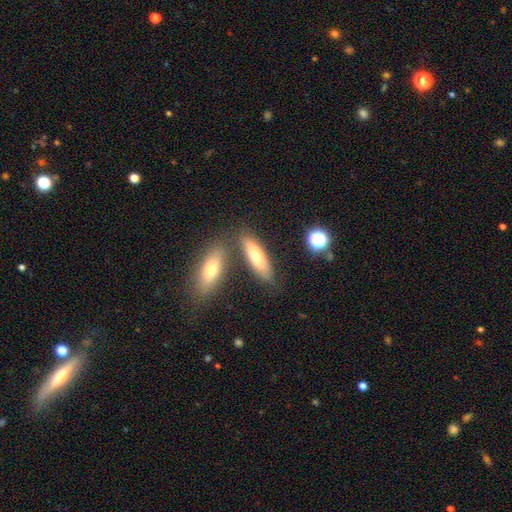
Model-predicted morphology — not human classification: type=smooth (64%); roundness=in between (57%); merging=none (66%).